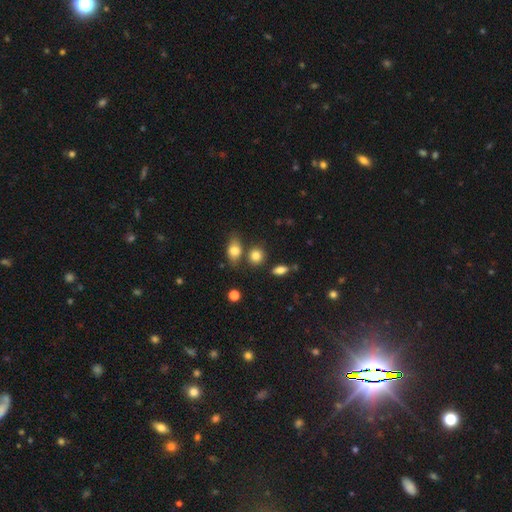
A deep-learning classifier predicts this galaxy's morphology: Smooth or featured? smooth (82%)
How rounded? round (60%)
Merging? none (68%)